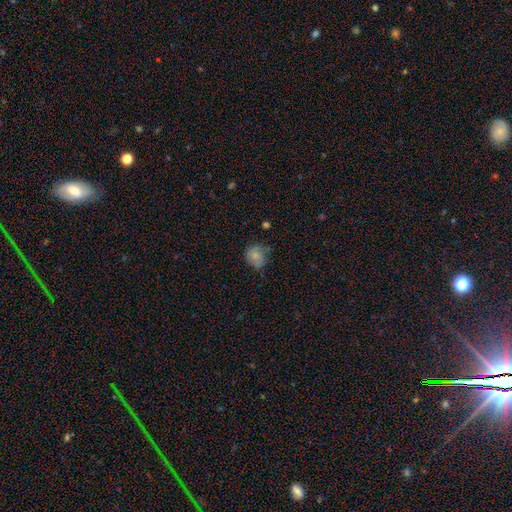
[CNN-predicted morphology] Smooth or featured? smooth (80%)
How rounded? round (72%)
Merging? none (62%)